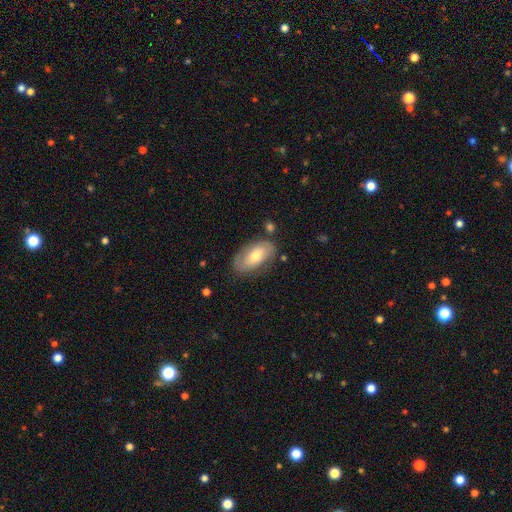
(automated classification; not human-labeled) Smooth or featured: smooth — 60% (featured or disk — 34%)
How rounded: in between — 93% (round — 4%)
Merging: none — 74% (minor disturbance — 18%)